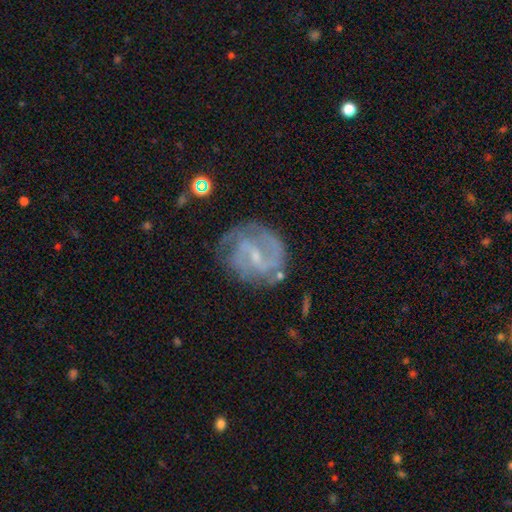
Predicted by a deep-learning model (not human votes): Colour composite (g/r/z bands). It shows a featured or disk galaxy (81%) with a weak bar (57%), 2 (54%) medium (46%) spiral arms (92%) and a small central bulge (68%). Merging: none (66%).